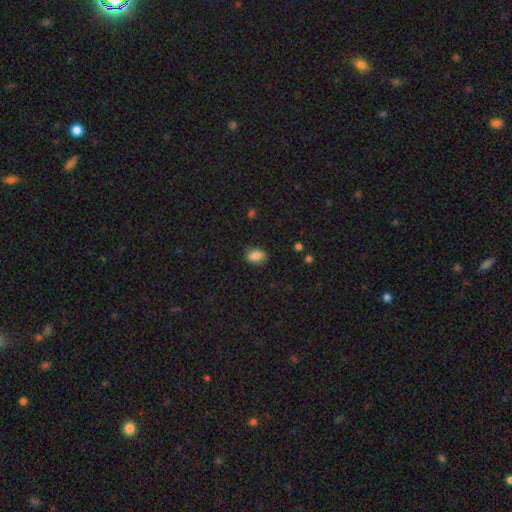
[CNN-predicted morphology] A smooth galaxy with no disk features (84%) that is in between round and cigar-shaped (80%). Merging: none (83%).